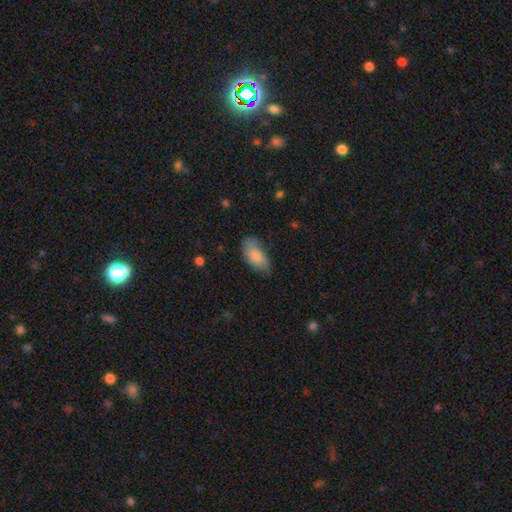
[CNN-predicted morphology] Overall: smooth (80%). How rounded: in between (92%). Merging: none (66%).